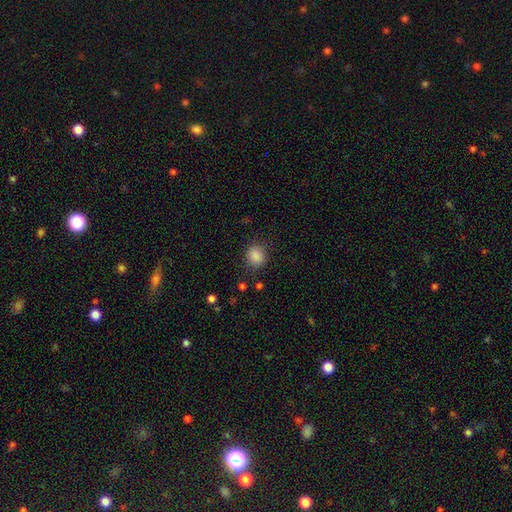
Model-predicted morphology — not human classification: type=smooth (87%); roundness=round (73%); merging=none (83%).